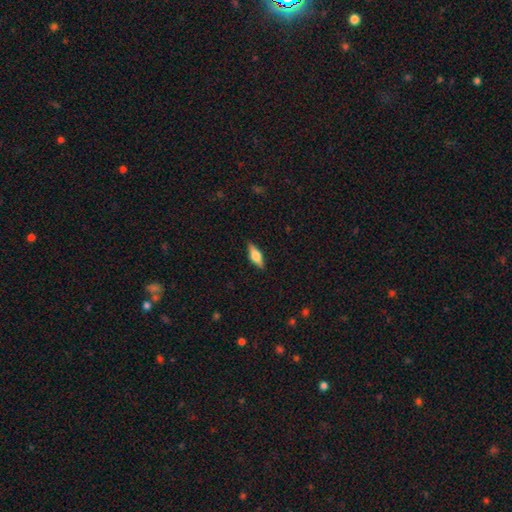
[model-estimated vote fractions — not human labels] featured or disk 51%, smooth 42%, star or artifact 7%. Down the decision tree: edge-on disk — yes (94%); merging — none (88%).